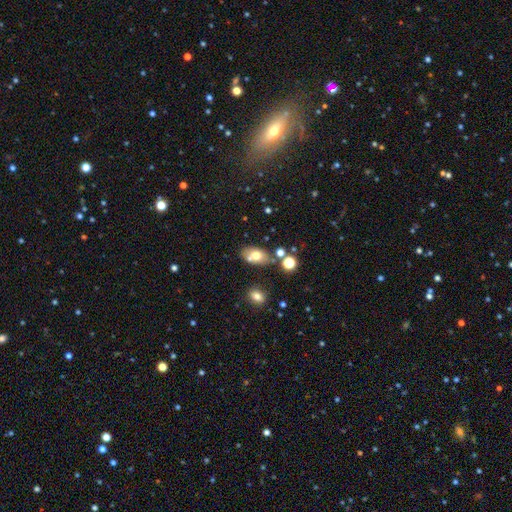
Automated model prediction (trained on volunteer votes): A smooth galaxy with no disk features (70%) that is in between round and cigar-shaped (85%).

Vote fractions:
- Smooth or featured? smooth: 70% / featured or disk: 18% / star or artifact: 12%
- How rounded? in between: 85% / round: 13% / cigar-shaped: 2%
- Merging? none: 65% / merger: 16% / minor disturbance: 14% / major disturbance: 4%